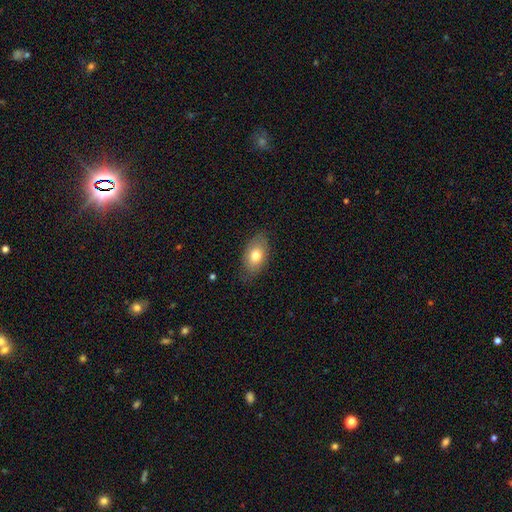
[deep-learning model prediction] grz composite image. It shows a smooth galaxy with no disk features (74%) that is in between round and cigar-shaped (90%). Merging: none (79%).